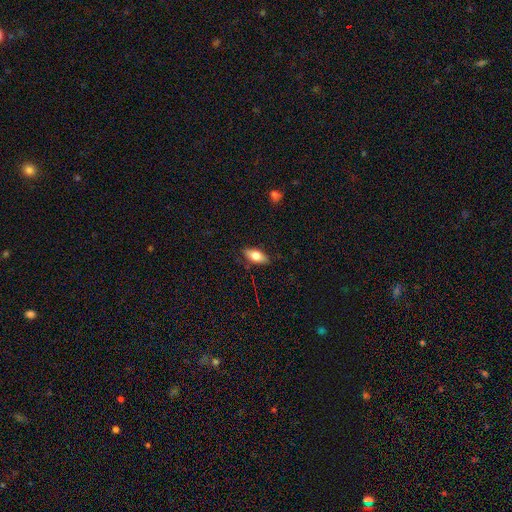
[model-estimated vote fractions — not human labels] This is likely a smooth galaxy (74%). How rounded: clearly in between (85%). Merging: clearly none (83%).